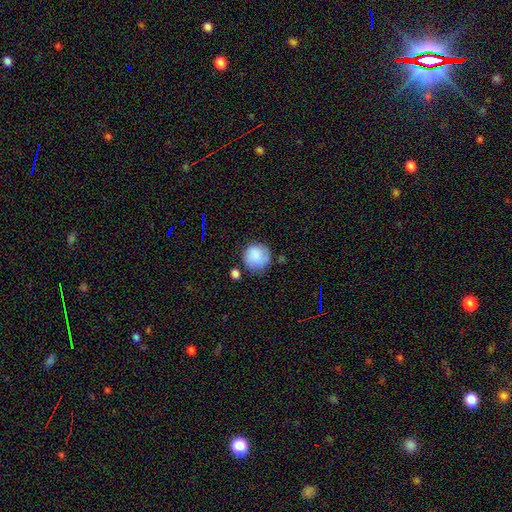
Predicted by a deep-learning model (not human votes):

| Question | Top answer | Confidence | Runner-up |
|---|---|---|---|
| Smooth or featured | smooth | 82% | featured or disk (10%) |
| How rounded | round | 92% | in between (7%) |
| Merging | none | 69% | minor disturbance (19%) |